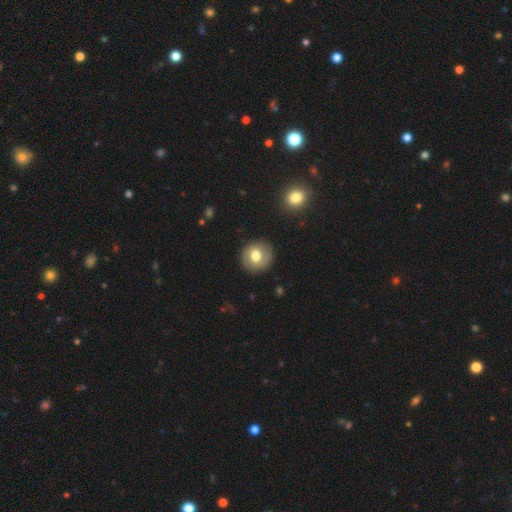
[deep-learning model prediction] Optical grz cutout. It shows a smooth galaxy with no disk features (65%) that is round (87%). Merging: none (87%).